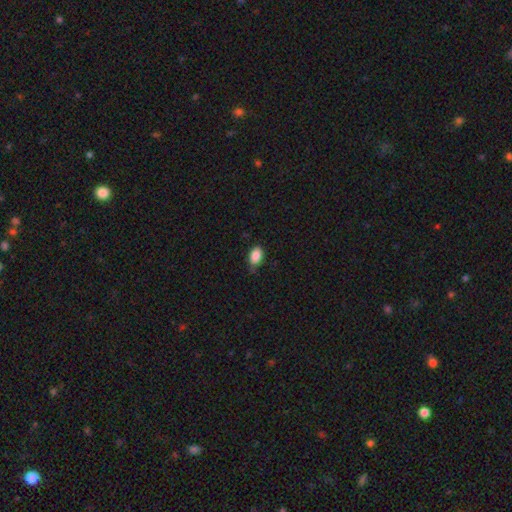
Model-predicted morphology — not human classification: Overall: smooth (87%). How rounded: in between (88%). Merging: none (67%; minor disturbance 27%).